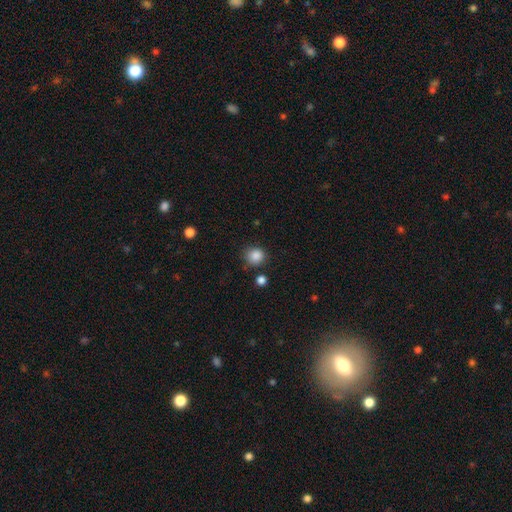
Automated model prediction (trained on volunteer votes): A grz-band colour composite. It shows a smooth galaxy with no disk features (86%) that is round (89%). Merging: none (80%).